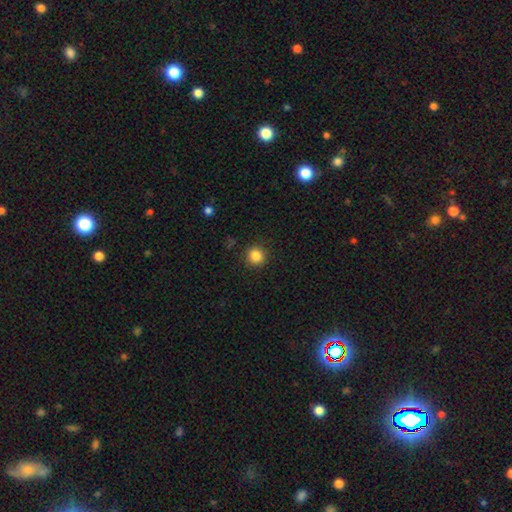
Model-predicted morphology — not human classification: A smooth galaxy with no disk features (86%) that is round (91%).

Vote fractions:
- Smooth or featured? smooth: 86% / star or artifact: 11% / featured or disk: 3%
- How rounded? round: 91% / in between: 8% / cigar-shaped: 1%
- Merging? none: 90% / minor disturbance: 6% / major disturbance: 2% / merger: 1%